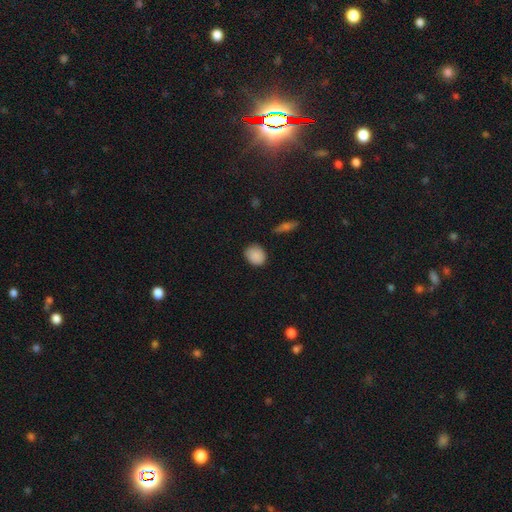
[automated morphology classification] The model was most divided on "how rounded": round: 58%, in between: 41%, cigar-shaped: 1%. More confident: smooth or featured — smooth (88%); merging — none (82%).